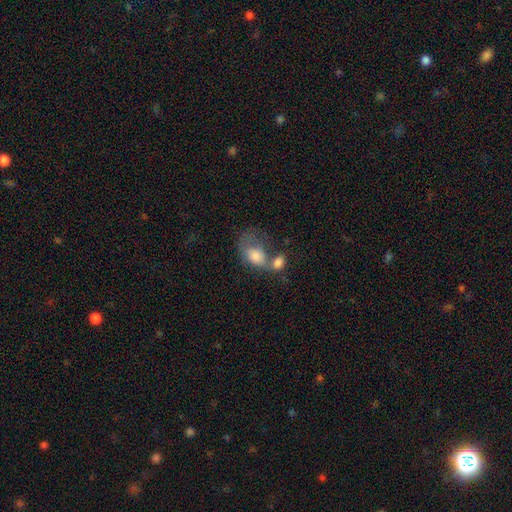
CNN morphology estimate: A smooth galaxy with no disk features (66%) that is in between round and cigar-shaped (73%). Merging: merger (58%).